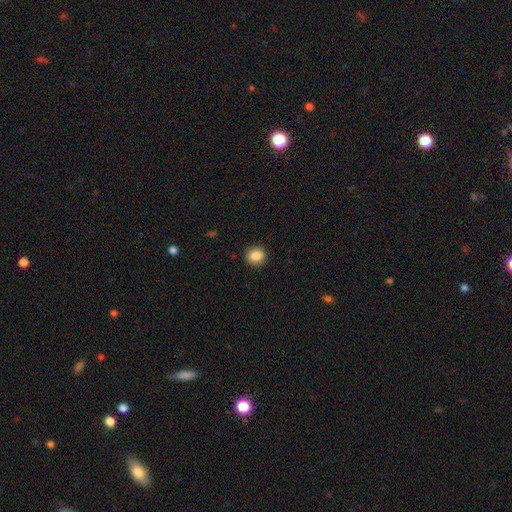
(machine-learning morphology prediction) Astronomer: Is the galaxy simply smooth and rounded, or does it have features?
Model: smooth — 86%.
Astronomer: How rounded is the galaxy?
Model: round — 78%.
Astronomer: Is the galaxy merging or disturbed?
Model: none — 91%.